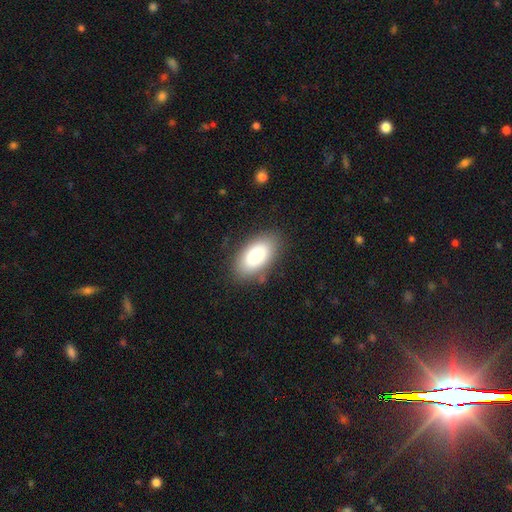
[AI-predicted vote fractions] smooth-or-featured: smooth: 80% | featured or disk: 13% | star or artifact: 8%
  how-rounded: in between: 93% | round: 4% | cigar-shaped: 3%
  merging: none: 82% | minor disturbance: 12% | major disturbance: 4% | merger: 2%